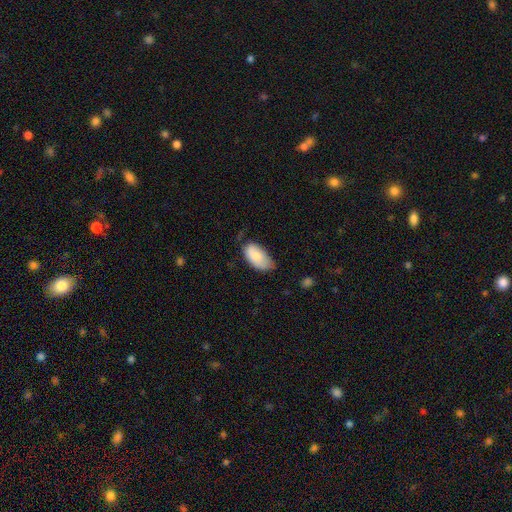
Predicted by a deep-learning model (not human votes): The model was most divided on "merging": none: 49%, minor disturbance: 41%, major disturbance: 8%, merger: 2%. More confident: how rounded — in between (95%); smooth or featured — smooth (81%).